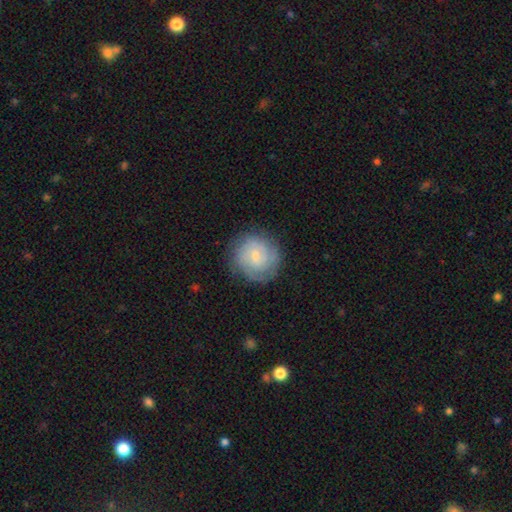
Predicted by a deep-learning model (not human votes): Smooth or featured?
  - featured or disk: 64% *
  - smooth: 29%
  - star or artifact: 7%
Edge-on disk?
  - no: 98% *
  - yes: 2%
Bar?
  - no: 61% *
  - weak: 35%
  - strong: 5%
Spiral arms?
  - yes: 90% *
  - no: 10%
Spiral winding?
  - tight: 70% *
  - medium: 24%
  - loose: 6%
Spiral arm count?
  - can't tell: 40% *
  - 2: 24%
  - 3: 18%
  - 4: 8%
  - 1: 5%
  - more than 4: 5%
Bulge size?
  - small: 68% *
  - moderate: 27%
  - none: 3%
  - large: 2%
  - dominant: 1%
Merging?
  - none: 80% *
  - minor disturbance: 14%
  - major disturbance: 5%
  - merger: 1%